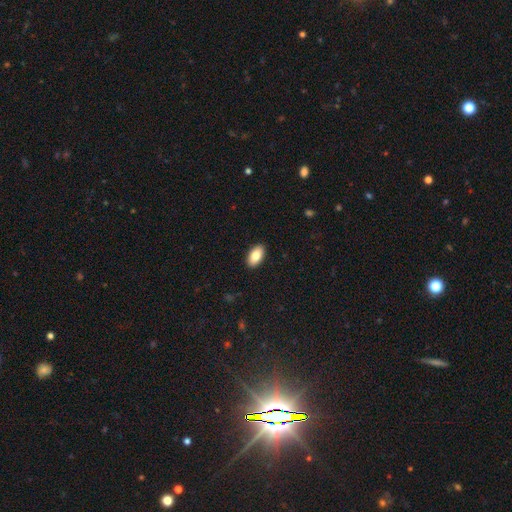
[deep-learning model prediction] Overall: smooth (83%). How rounded: in between (94%). Merging: none (91%).